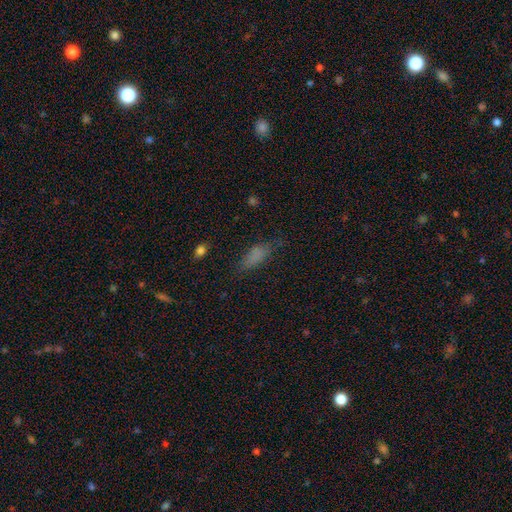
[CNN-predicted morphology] Smooth or featured?
  - smooth: 77% *
  - star or artifact: 12%
  - featured or disk: 11%
How rounded?
  - in between: 68% *
  - cigar-shaped: 29%
  - round: 3%
Merging?
  - none: 64% *
  - minor disturbance: 24%
  - major disturbance: 10%
  - merger: 2%